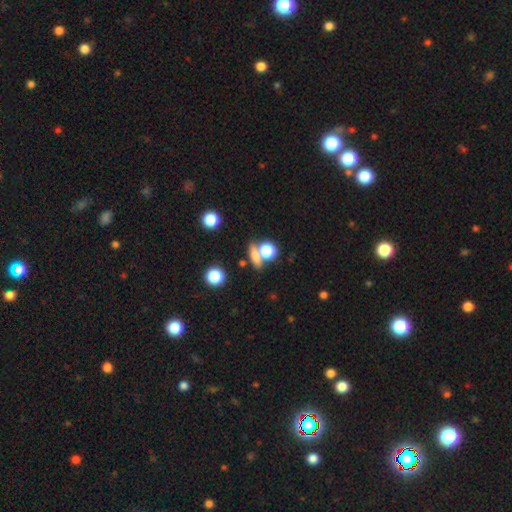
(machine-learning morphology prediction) This appears to be a smooth galaxy with no disk features (69%) that is round (49%). Merging: none (56%).